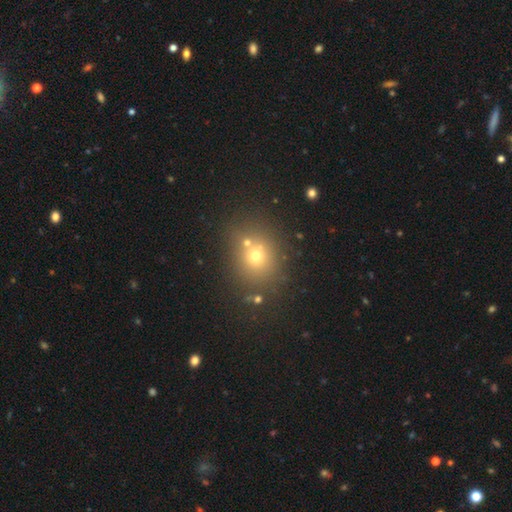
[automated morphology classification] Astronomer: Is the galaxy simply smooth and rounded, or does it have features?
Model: smooth — 65%.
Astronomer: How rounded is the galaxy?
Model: round — 69%.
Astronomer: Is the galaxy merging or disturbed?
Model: none — 65%.